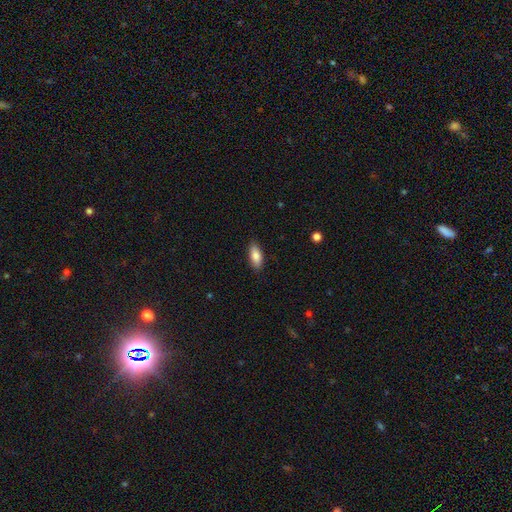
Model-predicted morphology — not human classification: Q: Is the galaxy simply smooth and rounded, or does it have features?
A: smooth — 84%.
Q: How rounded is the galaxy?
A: in between — 83%.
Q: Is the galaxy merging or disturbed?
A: none — 86%.